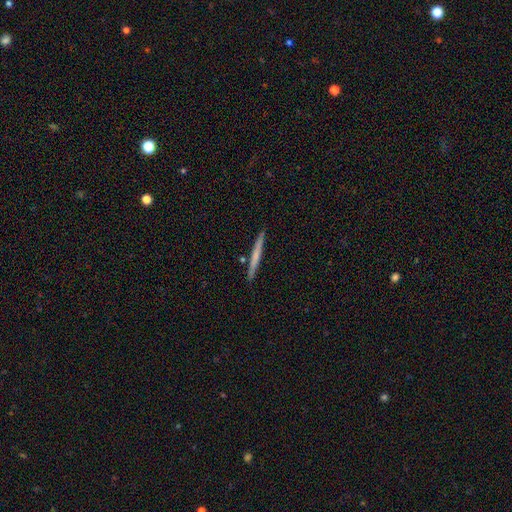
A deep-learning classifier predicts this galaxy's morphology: Smooth or featured? Predicted: smooth (p=0.53). How rounded? Predicted: cigar-shaped (p=0.97). Merging? Predicted: none (p=0.90).